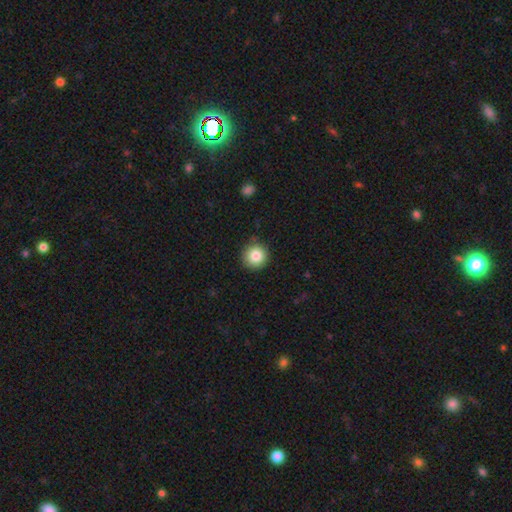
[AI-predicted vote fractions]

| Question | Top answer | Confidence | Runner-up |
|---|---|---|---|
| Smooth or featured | smooth | 84% | star or artifact (9%) |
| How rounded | round | 94% | in between (5%) |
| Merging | none | 88% | minor disturbance (9%) |